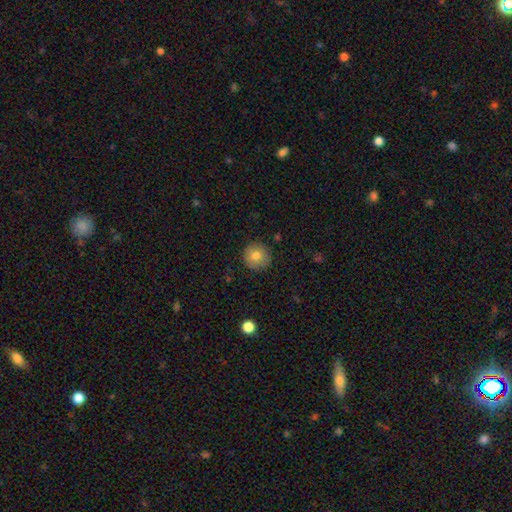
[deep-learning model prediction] Smooth or featured? smooth (80%)
How rounded? round (94%)
Merging? none (89%)